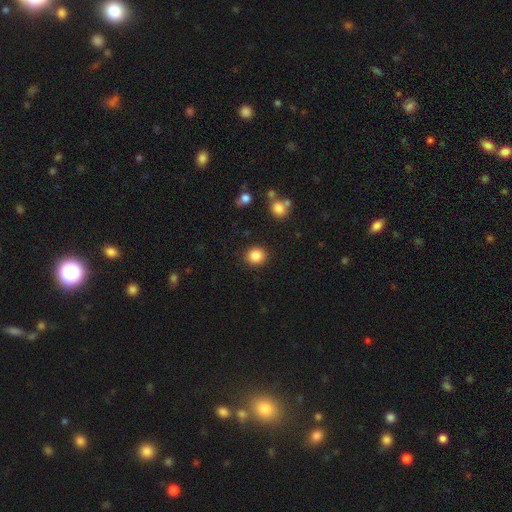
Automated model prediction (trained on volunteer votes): Smooth or featured: smooth — 86% (star or artifact — 10%)
How rounded: round — 85% (in between — 14%)
Merging: none — 90% (minor disturbance — 6%)